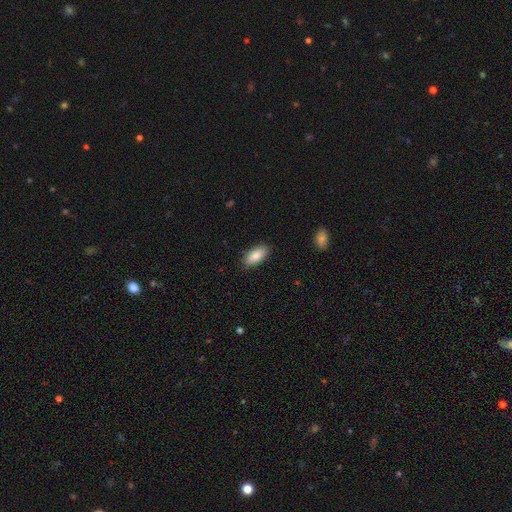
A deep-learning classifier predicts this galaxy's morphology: Smooth or featured: smooth — 87% (featured or disk — 7%)
How rounded: in between — 90% (cigar-shaped — 8%)
Merging: none — 88% (minor disturbance — 9%)